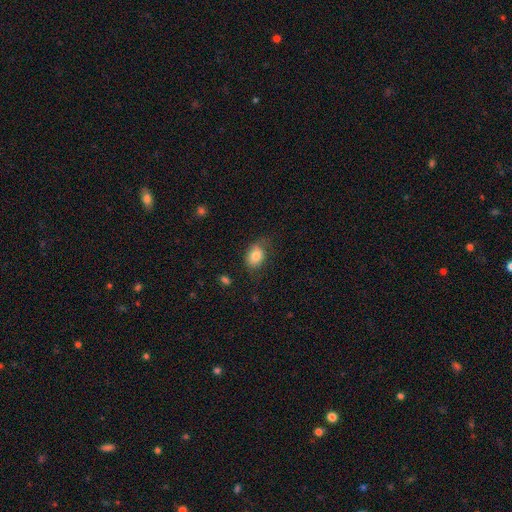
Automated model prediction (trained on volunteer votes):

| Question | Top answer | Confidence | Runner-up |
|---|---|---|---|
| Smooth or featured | smooth | 82% | featured or disk (10%) |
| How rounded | in between | 69% | round (30%) |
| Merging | none | 61% | minor disturbance (27%) |